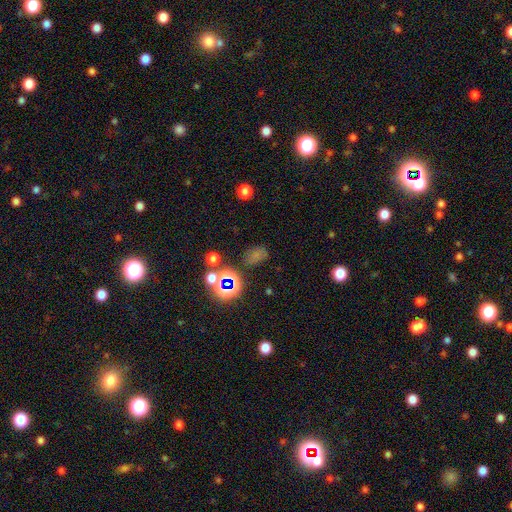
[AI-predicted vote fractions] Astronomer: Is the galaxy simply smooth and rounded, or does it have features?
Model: smooth — 54% (runner-up: star or artifact, 36%).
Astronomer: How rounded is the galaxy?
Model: in between — 70%.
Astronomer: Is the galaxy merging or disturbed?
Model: none — 67%.